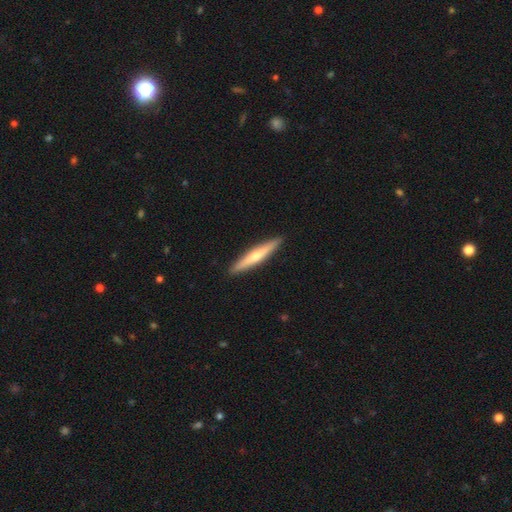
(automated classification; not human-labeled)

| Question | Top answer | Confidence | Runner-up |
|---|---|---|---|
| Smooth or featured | featured or disk | 50% | smooth (45%) |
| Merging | none | 92% | minor disturbance (6%) |